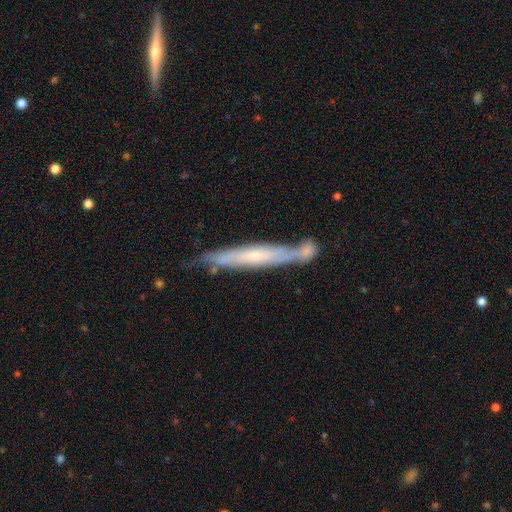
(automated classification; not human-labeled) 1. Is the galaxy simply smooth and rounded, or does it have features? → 62% featured or disk, 31% smooth, 7% star or artifact.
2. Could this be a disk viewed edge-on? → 78% yes, 22% no.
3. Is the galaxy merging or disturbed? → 55% none, 21% merger, 19% minor disturbance, 5% major disturbance.